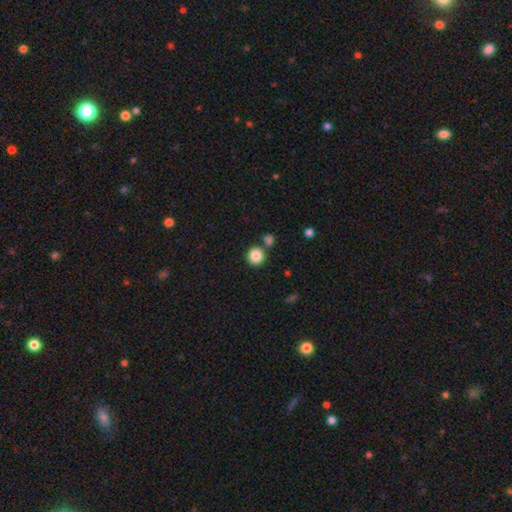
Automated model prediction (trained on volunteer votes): smooth_or_featured: smooth (p=0.86) [alt: star or artifact p=0.10]
how_rounded: round (p=0.93) [alt: in between p=0.06]
merging: none (p=0.77) [alt: merger p=0.13]